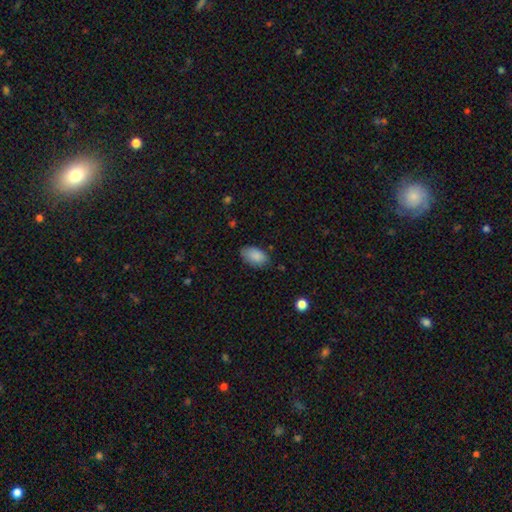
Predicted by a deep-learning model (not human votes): A smooth galaxy with no disk features (88%) that is in between round and cigar-shaped (93%). Merging: none (74%).